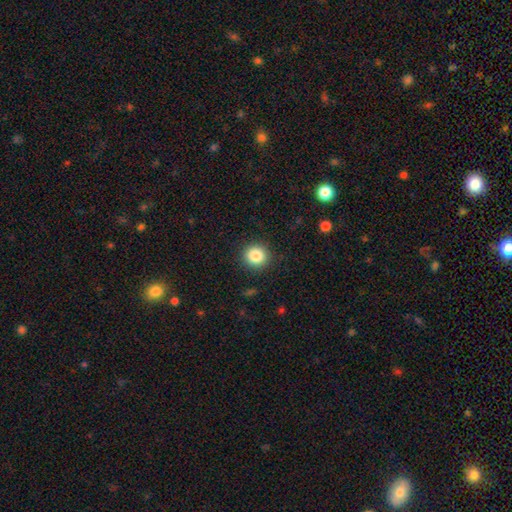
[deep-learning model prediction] A smooth galaxy with no disk features (85%) that is round (92%). Merging: none (91%).